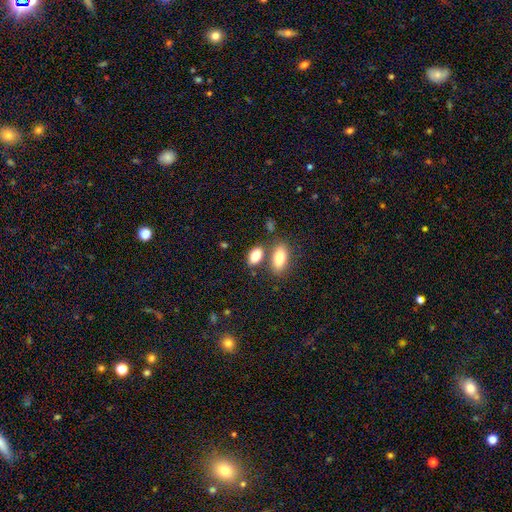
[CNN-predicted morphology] Smooth or featured? Predicted: smooth (p=0.82). How rounded? Predicted: in between (p=0.89). Merging? Predicted: none (p=0.60).